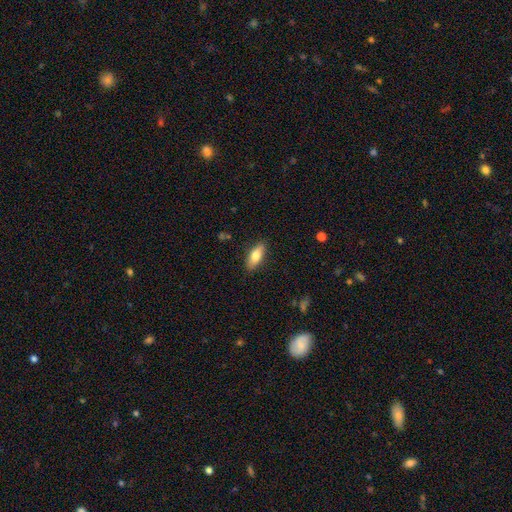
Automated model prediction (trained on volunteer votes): Morphology: type=smooth (77%); roundness=in between (76%); merging=none (87%).